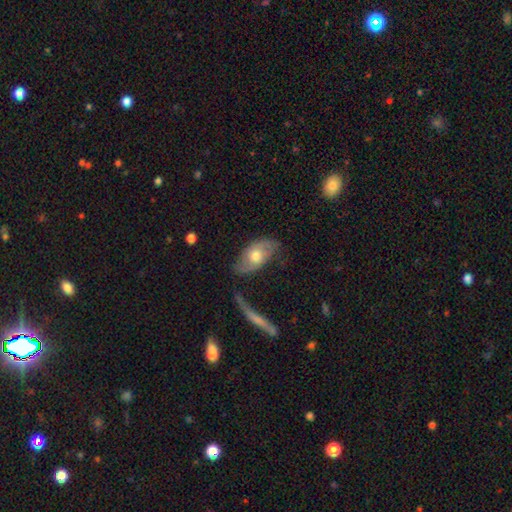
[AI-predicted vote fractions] Q: Smooth or featured?
A: smooth (50%); runner-up: featured or disk (43%)
Q: How rounded?
A: in between (89%); runner-up: round (6%)
Q: Merging?
A: none (65%); runner-up: minor disturbance (23%)